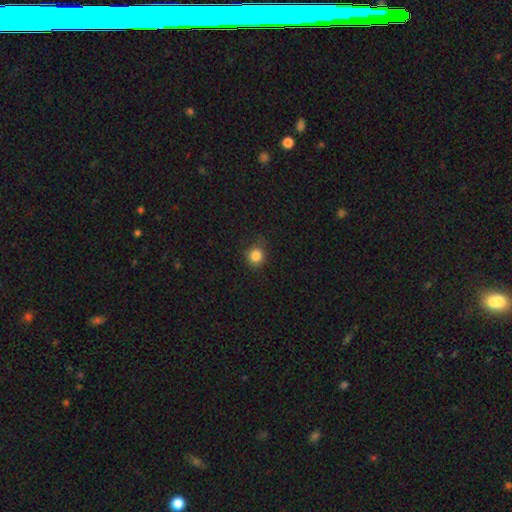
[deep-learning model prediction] This appears to be a smooth galaxy with no disk features (84%) that is round (89%). Merging: none (83%).